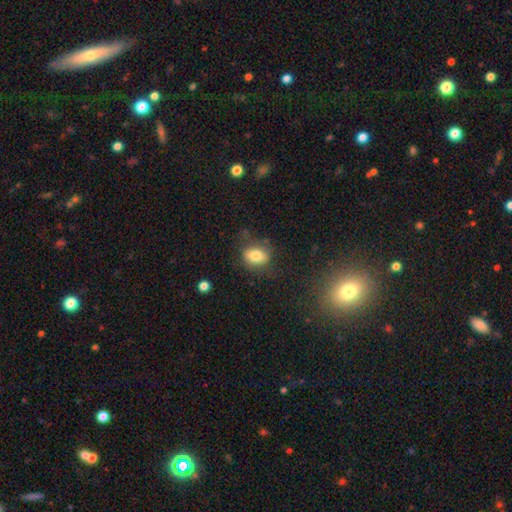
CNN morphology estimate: smooth_or_featured: smooth (p=0.75) [alt: featured or disk p=0.15]
how_rounded: in between (p=0.70) [alt: round p=0.28]
merging: none (p=0.70) [alt: minor disturbance p=0.20]